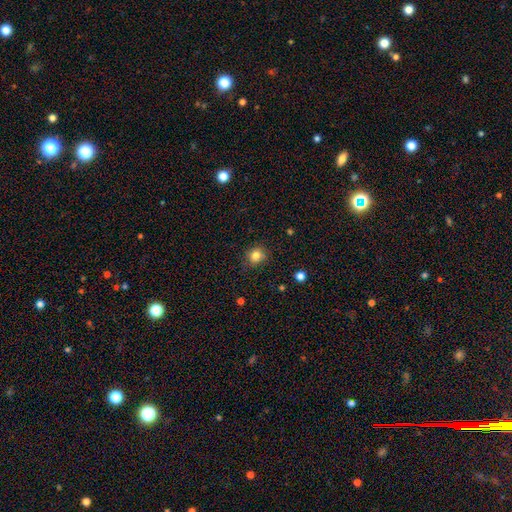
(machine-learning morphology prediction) smooth_or_featured: smooth (p=0.82) [alt: star or artifact p=0.12]
how_rounded: round (p=0.80) [alt: in between p=0.19]
merging: none (p=0.83) [alt: minor disturbance p=0.12]